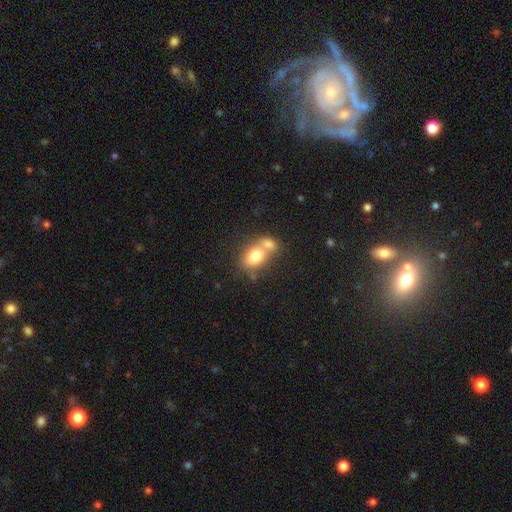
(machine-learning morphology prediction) A smooth galaxy with no disk features (75%) that is in between round and cigar-shaped (67%).

Vote fractions:
- Smooth or featured? smooth: 75% / featured or disk: 16% / star or artifact: 9%
- How rounded? in between: 67% / round: 31% / cigar-shaped: 2%
- Merging? merger: 54% / none: 32% / minor disturbance: 10% / major disturbance: 4%